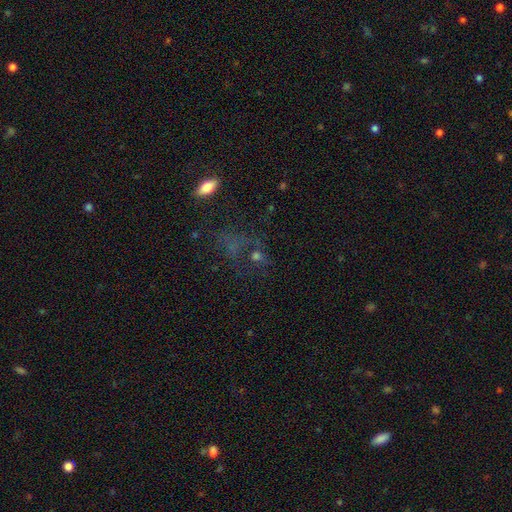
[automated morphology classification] Smooth or featured?
  - smooth: 38% *
  - star or artifact: 36%
  - featured or disk: 26%
Merging?
  - none: 52% *
  - major disturbance: 20%
  - minor disturbance: 14%
  - merger: 14%